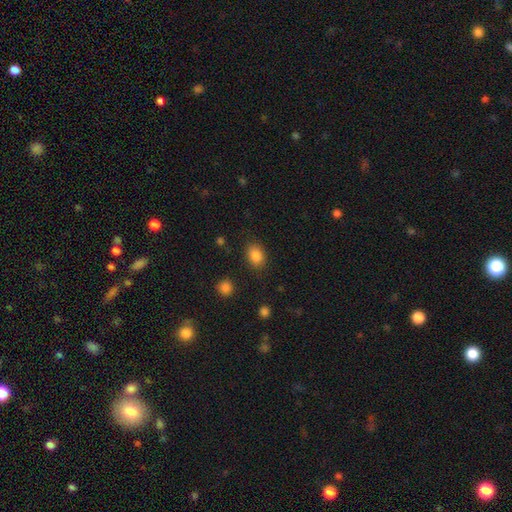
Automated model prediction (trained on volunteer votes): Q: Smooth or featured?
A: smooth (86%); runner-up: star or artifact (9%)
Q: How rounded?
A: in between (67%); runner-up: round (32%)
Q: Merging?
A: none (83%); runner-up: minor disturbance (11%)